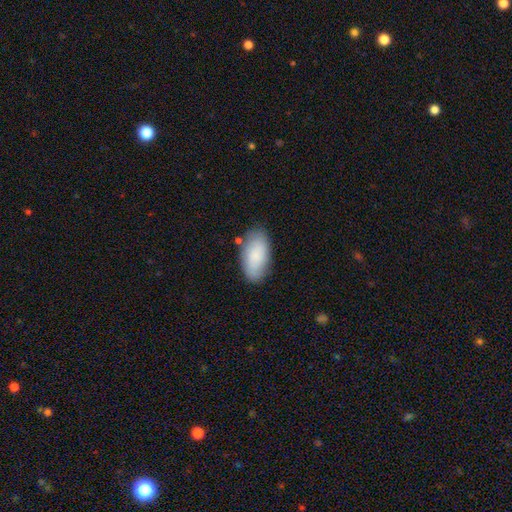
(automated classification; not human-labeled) Morphology: type=smooth (78%); roundness=in between (94%); merging=none (78%).